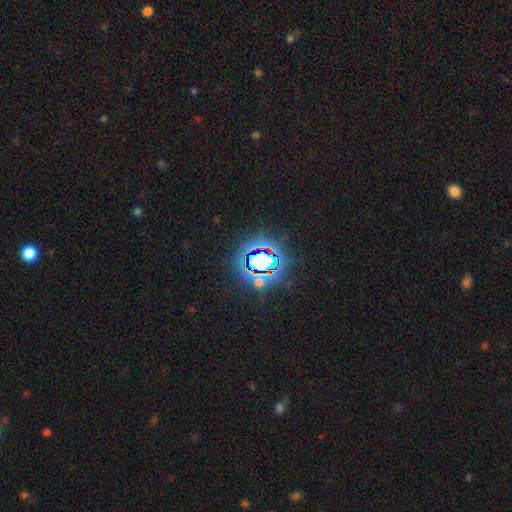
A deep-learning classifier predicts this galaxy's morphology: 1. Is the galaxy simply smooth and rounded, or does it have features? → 69% star or artifact, 18% smooth, 13% featured or disk.